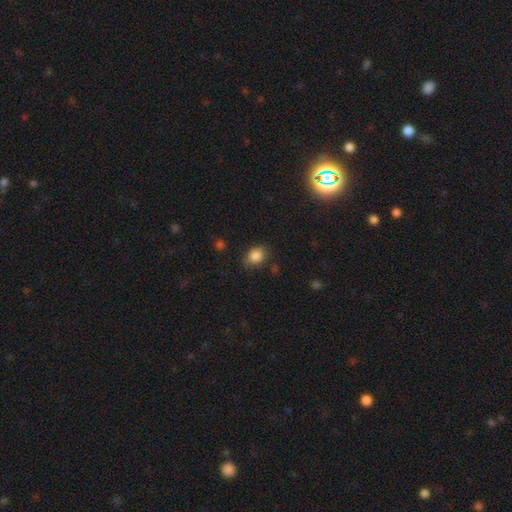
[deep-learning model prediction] This appears to be a smooth galaxy with no disk features (85%) that is in between round and cigar-shaped (61%). Merging: none (74%).